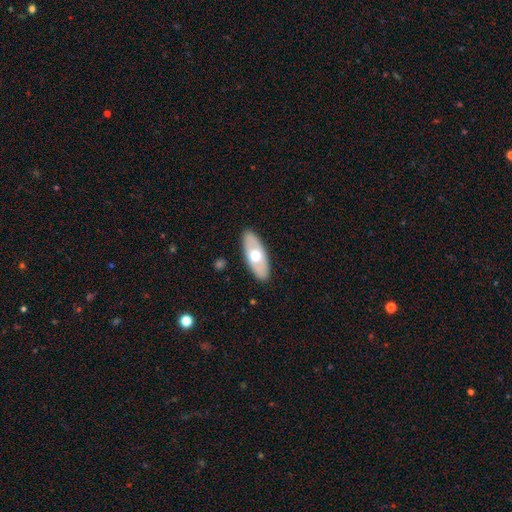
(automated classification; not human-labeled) Morphology: type=smooth (51%); roundness=in between (84%); merging=none (88%).